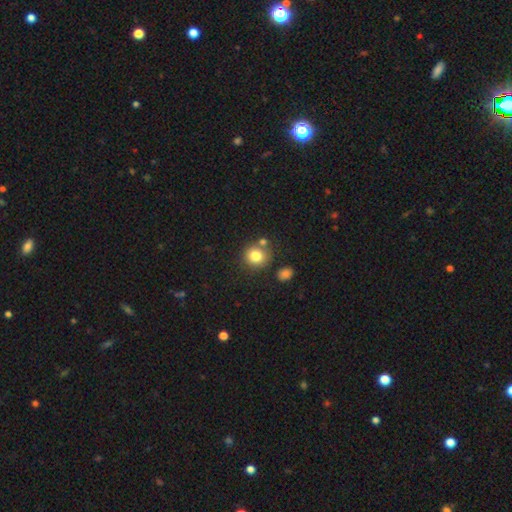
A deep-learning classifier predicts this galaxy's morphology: Smooth or featured?
  - smooth: 81% *
  - star or artifact: 11%
  - featured or disk: 8%
How rounded?
  - round: 88% *
  - in between: 11%
  - cigar-shaped: 1%
Merging?
  - none: 73% *
  - merger: 14%
  - minor disturbance: 10%
  - major disturbance: 3%